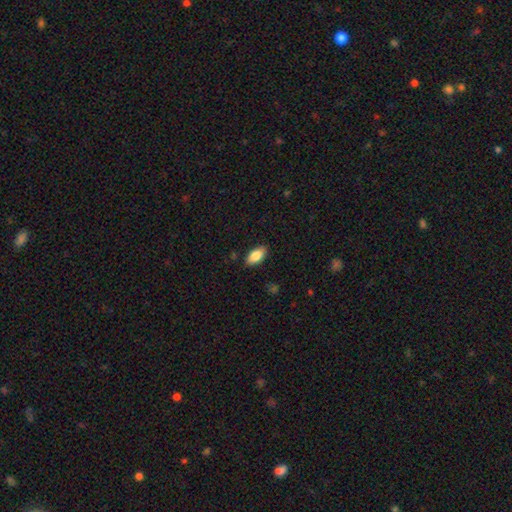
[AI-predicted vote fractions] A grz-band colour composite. It shows a smooth galaxy with no disk features (85%) that is in between round and cigar-shaped (91%). Merging: none (86%).